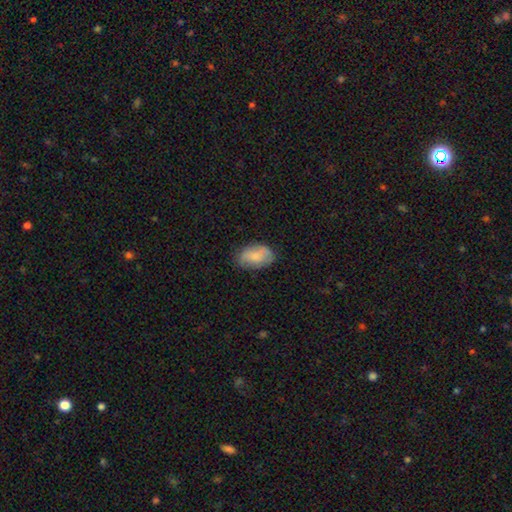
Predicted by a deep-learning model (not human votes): Smooth or featured: smooth — 73% (featured or disk — 20%)
How rounded: in between — 90% (round — 9%)
Merging: none — 71% (minor disturbance — 22%)